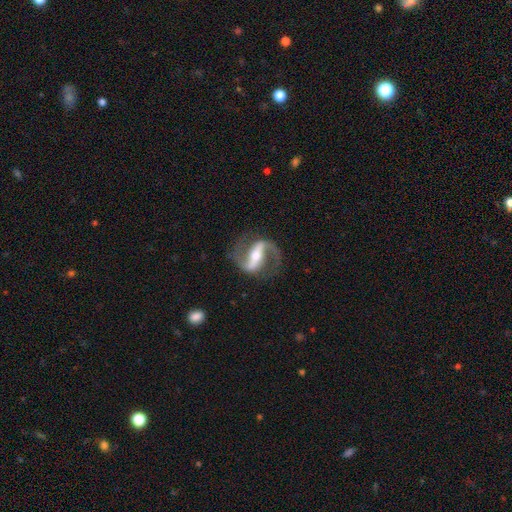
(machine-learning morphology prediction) Smooth or featured? featured or disk (90%)
Edge-on disk? no (94%)
Bar? strong (70%)
Spiral arms? yes (96%)
Spiral winding? medium (47%)
Spiral arm count? 2 (92%)
Bulge size? moderate (55%)
Merging? none (79%)